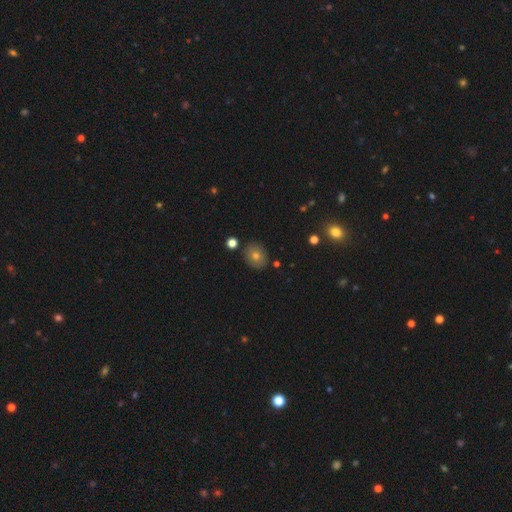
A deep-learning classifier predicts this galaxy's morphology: This appears to be a smooth galaxy with no disk features (70%) that is round (66%). Merging: none (85%).